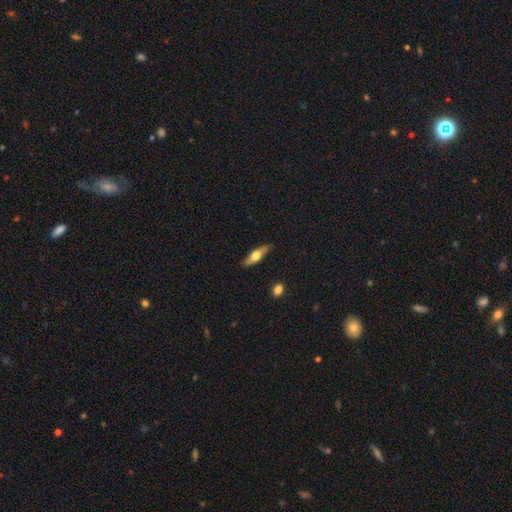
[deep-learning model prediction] smooth 52%, featured or disk 43%, star or artifact 6%. Down the decision tree: how rounded — cigar-shaped (61%); merging — none (87%).